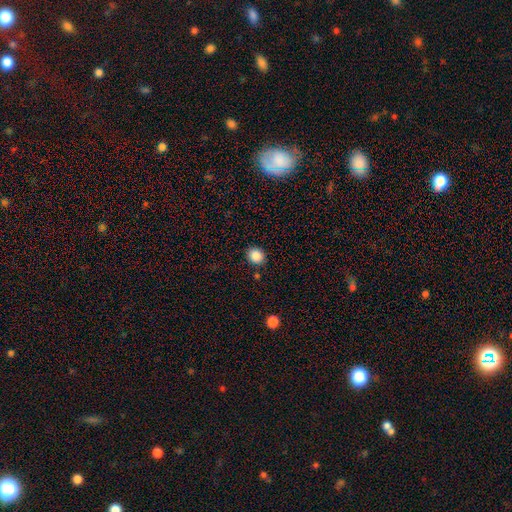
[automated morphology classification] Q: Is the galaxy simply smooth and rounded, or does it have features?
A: smooth — 87%.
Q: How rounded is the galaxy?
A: round — 72%.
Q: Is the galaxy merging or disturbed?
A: none — 88%.